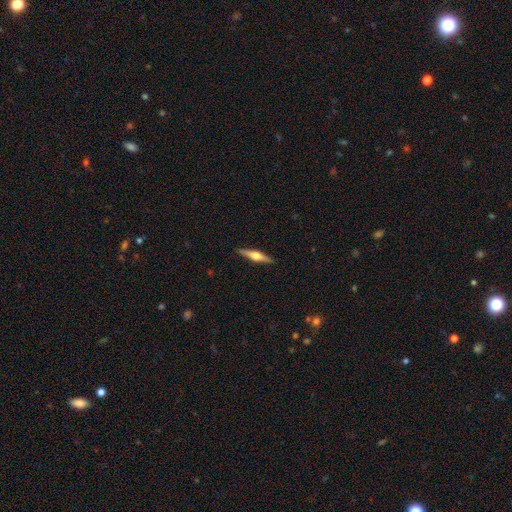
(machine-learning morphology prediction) A featured or disk galaxy (69%) viewed edge-on (98%) with a rounded central bulge (94%).

Vote fractions:
- Smooth or featured? featured or disk: 69% / smooth: 26% / star or artifact: 5%
- Edge-on disk? yes: 98% / no: 2%
- Edge-on bulge? rounded: 94% / boxy: 4% / none: 2%
- Merging? none: 91% / minor disturbance: 6% / major disturbance: 1% / merger: 1%